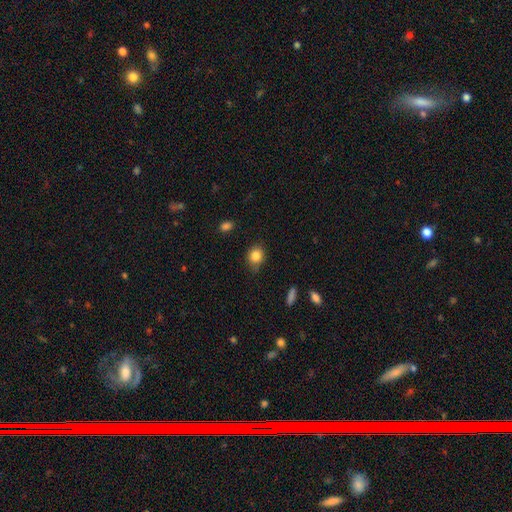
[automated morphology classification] The model was most divided on "how rounded": round: 62%, in between: 36%, cigar-shaped: 1%. More confident: smooth or featured — smooth (84%); merging — none (65%).